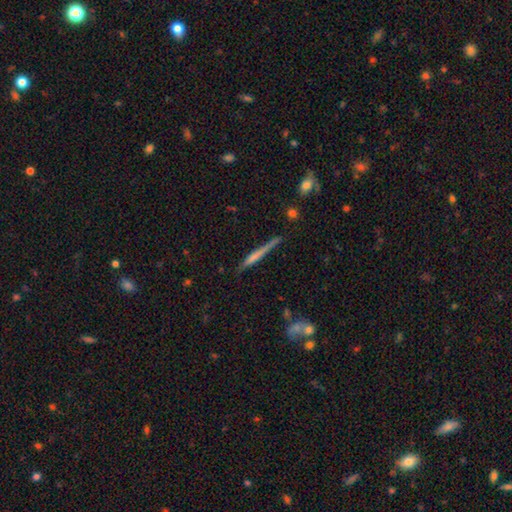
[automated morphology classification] Smooth or featured?
  - featured or disk: 49% *
  - smooth: 44%
  - star or artifact: 7%
Merging?
  - none: 81% *
  - minor disturbance: 14%
  - major disturbance: 3%
  - merger: 3%